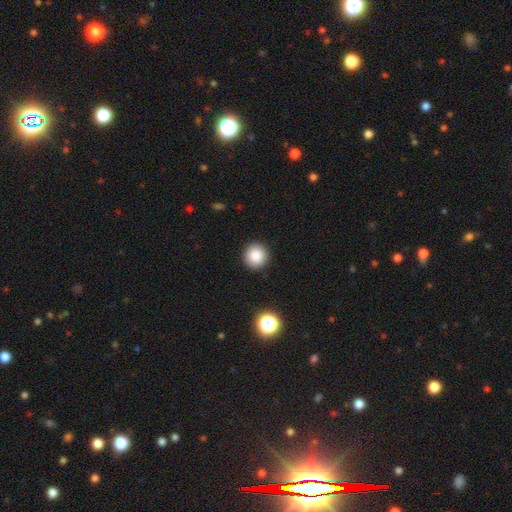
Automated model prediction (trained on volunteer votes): This appears to be a smooth galaxy with no disk features (86%) that is round (93%). Merging: none (92%).